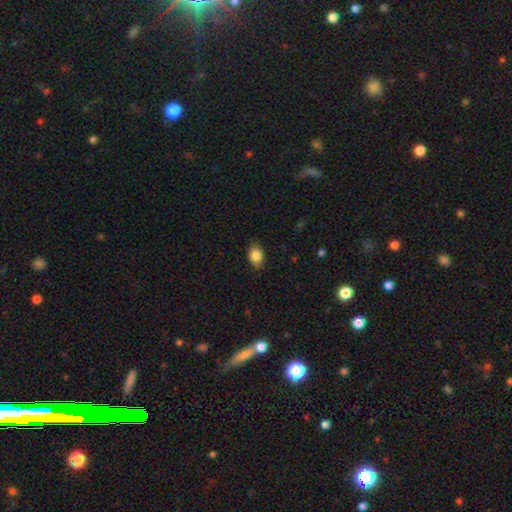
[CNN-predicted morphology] A smooth galaxy with no disk features (86%) that is in between round and cigar-shaped (74%).

Vote fractions:
- Smooth or featured? smooth: 86% / star or artifact: 8% / featured or disk: 6%
- How rounded? in between: 74% / round: 25% / cigar-shaped: 2%
- Merging? none: 80% / minor disturbance: 16% / major disturbance: 3% / merger: 1%